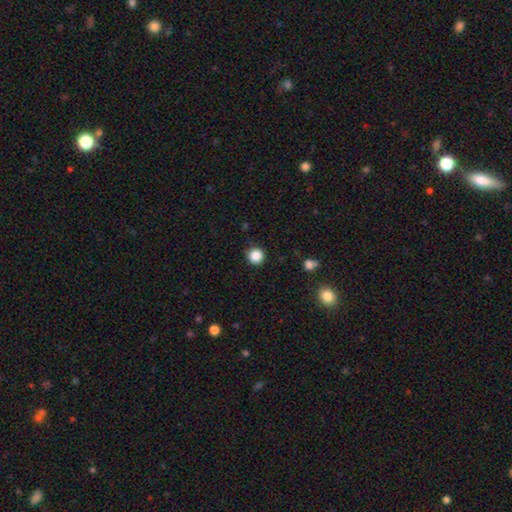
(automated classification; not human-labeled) Q: Smooth or featured?
A: smooth (87%); runner-up: star or artifact (10%)
Q: How rounded?
A: round (95%); runner-up: in between (4%)
Q: Merging?
A: none (87%); runner-up: minor disturbance (9%)